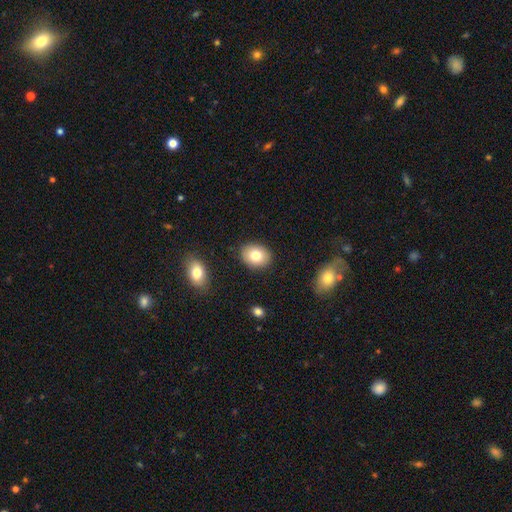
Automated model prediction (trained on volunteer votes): Overall: smooth (79%). How rounded: in between (58%; round 41%). Merging: none (88%).